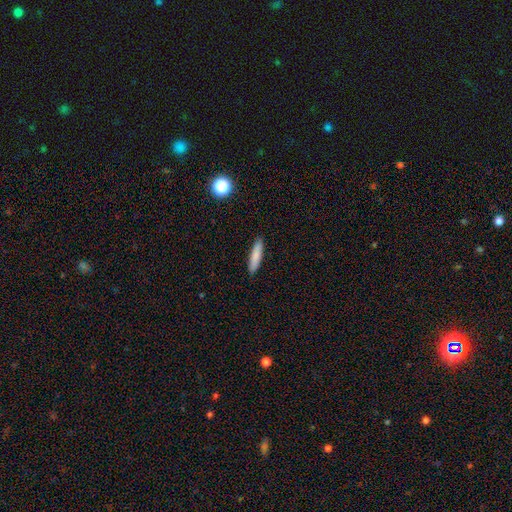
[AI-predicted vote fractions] Overall: smooth (83%). How rounded: cigar-shaped (82%). Merging: none (90%).